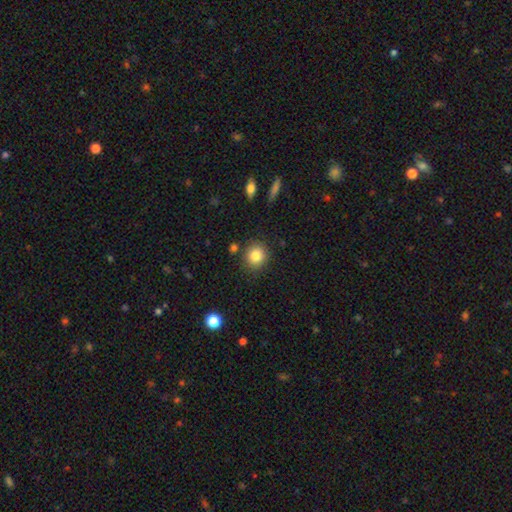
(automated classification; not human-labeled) smooth-or-featured: smooth: 83% | star or artifact: 10% | featured or disk: 6%
  how-rounded: round: 85% | in between: 15% | cigar-shaped: 1%
  merging: none: 86% | minor disturbance: 8% | merger: 3% | major disturbance: 3%